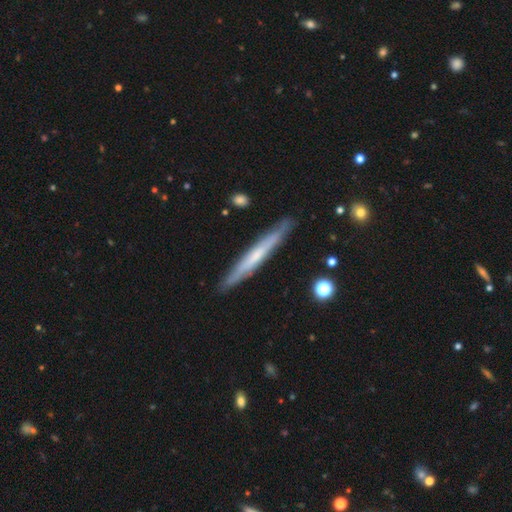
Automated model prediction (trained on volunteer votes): This is possibly a featured or disk galaxy (55%). It is clearly viewed edge-on (93%). Edge-on bulge: likely none (68%). Merging: clearly none (88%).